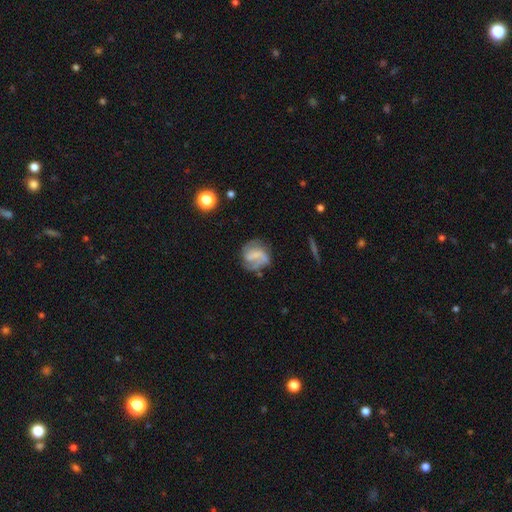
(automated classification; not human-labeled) This is likely a featured or disk galaxy (66%). It is clearly not viewed edge-on (98%). Bar: marginally weak (42%). Spiral arm pattern: clearly yes (84%). Spiral arm count: possibly 2 (57%). Spiral winding: marginally medium (42%). Central bulge: possibly none (56%). Merging: possibly none (53%).